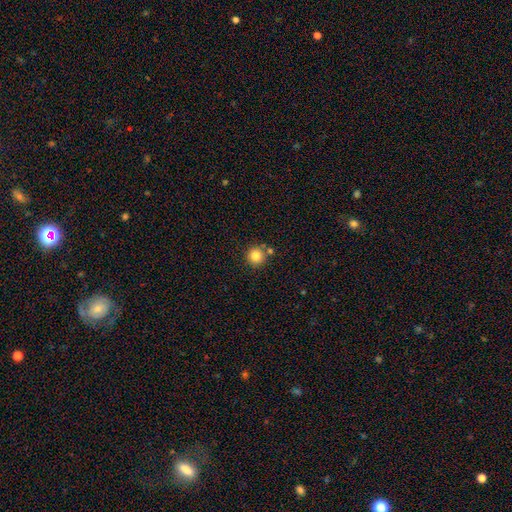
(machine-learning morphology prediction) smooth 83%, star or artifact 11%, featured or disk 6%. Down the decision tree: how rounded — round (94%); merging — none (77%).